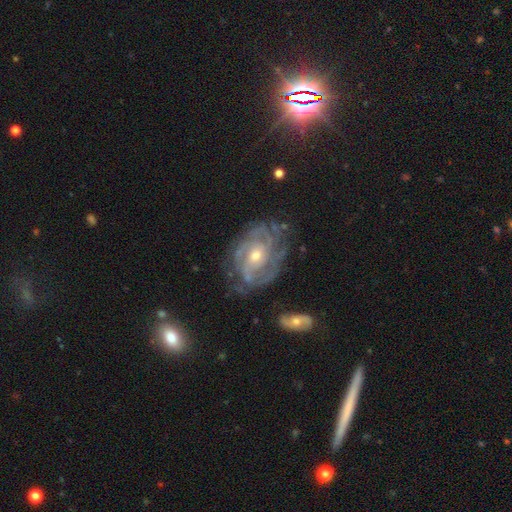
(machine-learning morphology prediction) Smooth or featured? featured or disk (87%)
Edge-on disk? no (97%)
Bar? no (67%)
Spiral arms? yes (94%)
Spiral winding? tight (64%)
Spiral arm count? can't tell (35%)
Bulge size? moderate (51%)
Merging? none (67%)